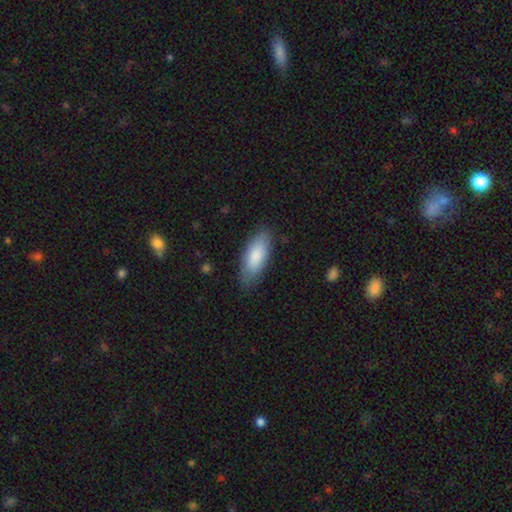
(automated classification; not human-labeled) Overall: smooth (83%). How rounded: in between (76%). Merging: none (82%).